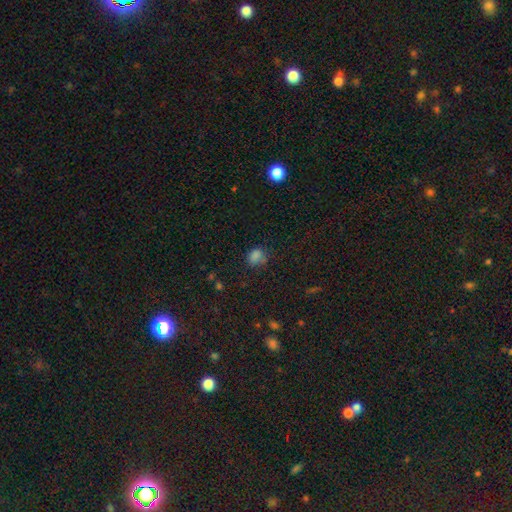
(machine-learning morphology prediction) smooth 77%, star or artifact 17%, featured or disk 6%. Down the decision tree: how rounded — round (55%); merging — none (62%).